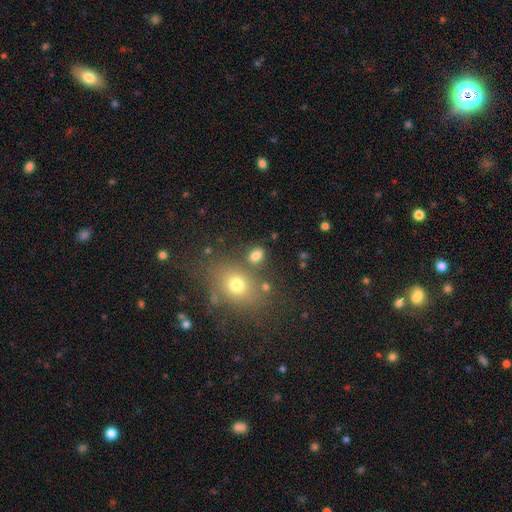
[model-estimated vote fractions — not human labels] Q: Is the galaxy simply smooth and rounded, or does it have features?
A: smooth — 76%.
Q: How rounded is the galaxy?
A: in between — 70%.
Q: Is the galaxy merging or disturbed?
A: none — 73%.